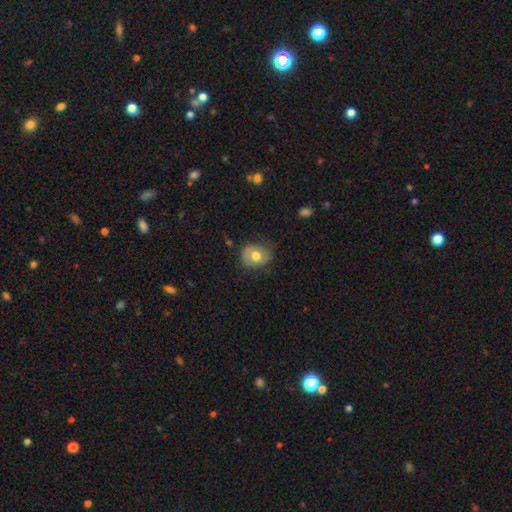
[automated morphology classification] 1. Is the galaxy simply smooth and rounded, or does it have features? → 62% smooth, 30% featured or disk, 8% star or artifact.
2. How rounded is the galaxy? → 56% round, 43% in between, 1% cigar-shaped.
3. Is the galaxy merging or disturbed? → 66% none, 25% minor disturbance, 8% major disturbance, 1% merger.